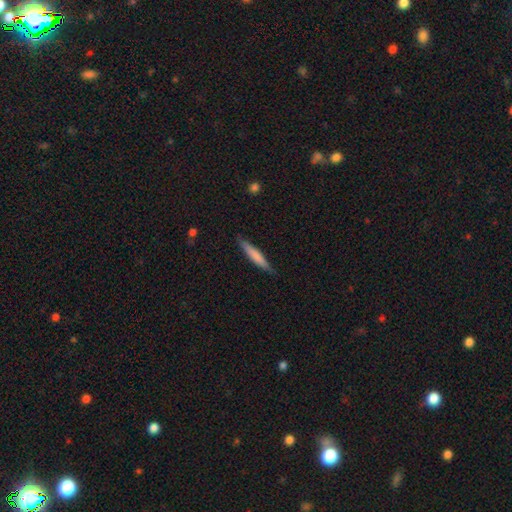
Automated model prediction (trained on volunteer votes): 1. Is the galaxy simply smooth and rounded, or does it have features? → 66% smooth, 28% featured or disk, 5% star or artifact.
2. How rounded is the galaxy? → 93% cigar-shaped, 6% in between, 1% round.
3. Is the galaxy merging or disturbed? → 86% none, 11% minor disturbance, 2% major disturbance, 1% merger.